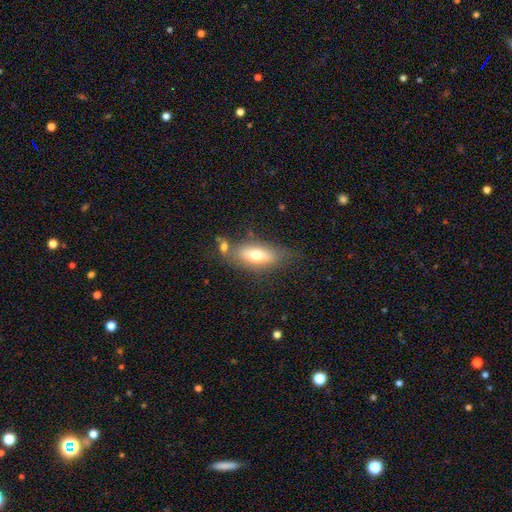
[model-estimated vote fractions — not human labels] smooth-or-featured: smooth: 67% | featured or disk: 26% | star or artifact: 8%
  how-rounded: in between: 74% | cigar-shaped: 22% | round: 4%
  merging: none: 63% | minor disturbance: 18% | merger: 13% | major disturbance: 7%